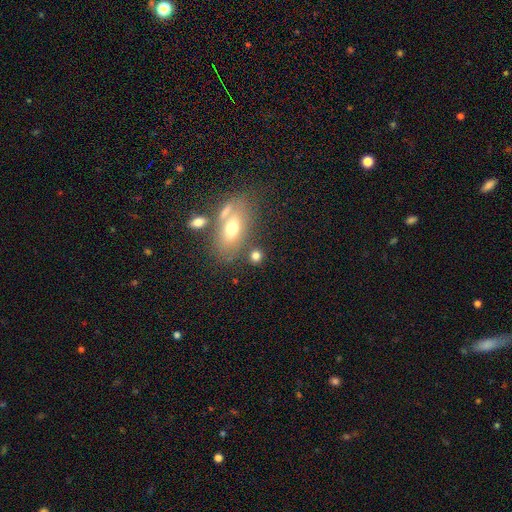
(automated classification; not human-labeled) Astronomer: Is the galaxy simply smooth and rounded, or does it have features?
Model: smooth — 71%.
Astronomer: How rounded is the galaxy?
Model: round — 48% (runner-up: in between, 47%).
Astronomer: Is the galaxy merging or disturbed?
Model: none — 63%.